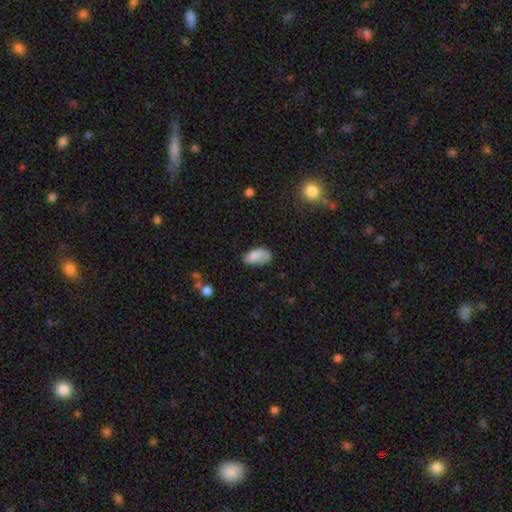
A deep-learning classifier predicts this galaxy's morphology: Smooth or featured? smooth (81%)
How rounded? in between (94%)
Merging? none (52%)